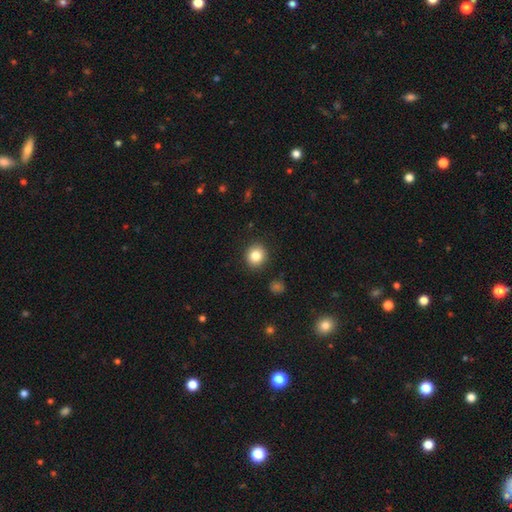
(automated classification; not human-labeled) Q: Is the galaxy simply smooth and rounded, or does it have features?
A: smooth — 83%.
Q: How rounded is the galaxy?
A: round — 88%.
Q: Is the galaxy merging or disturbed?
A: none — 91%.